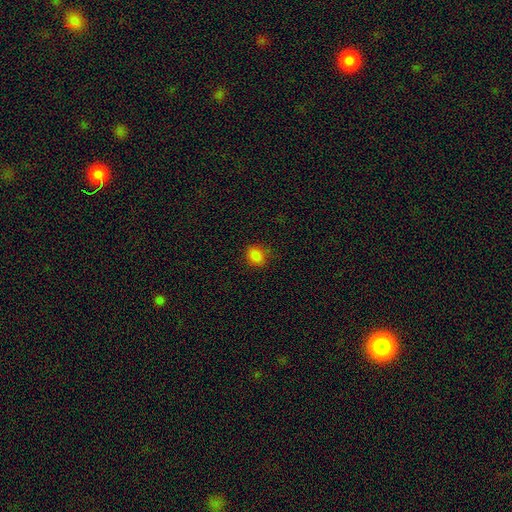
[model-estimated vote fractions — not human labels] This is clearly a smooth galaxy (83%). How rounded: possibly round (54%). Merging: clearly none (81%).